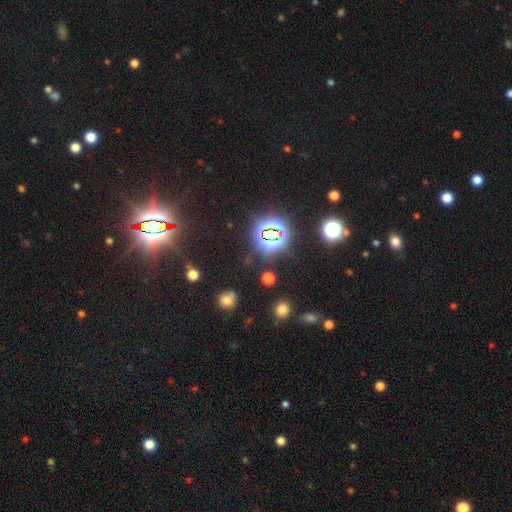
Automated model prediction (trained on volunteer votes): Smooth or featured? Predicted: star or artifact (p=0.81).